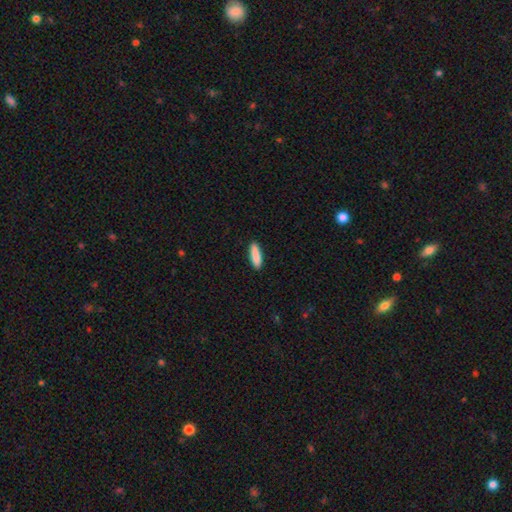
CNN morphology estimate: The model was most divided on "how rounded": cigar-shaped: 68%, in between: 30%, round: 2%. More confident: merging — none (90%); smooth or featured — smooth (88%).